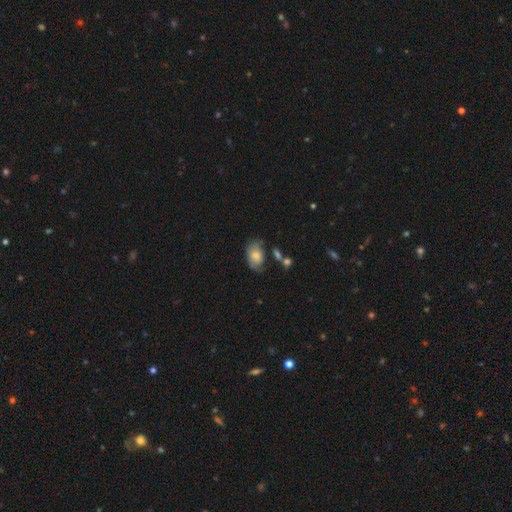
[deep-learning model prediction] Smooth or featured?
  - smooth: 65% *
  - featured or disk: 27%
  - star or artifact: 7%
How rounded?
  - in between: 86% *
  - round: 13%
  - cigar-shaped: 1%
Merging?
  - none: 49% *
  - minor disturbance: 31%
  - major disturbance: 14%
  - merger: 6%